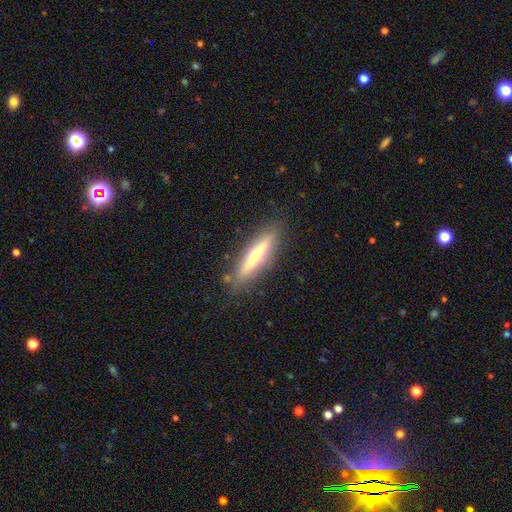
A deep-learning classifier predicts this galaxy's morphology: Smooth or featured?
  - smooth: 47% * (tied)
  - featured or disk: 47% * (tied)
  - star or artifact: 7%
Merging?
  - none: 85% *
  - minor disturbance: 11%
  - major disturbance: 3%
  - merger: 2%